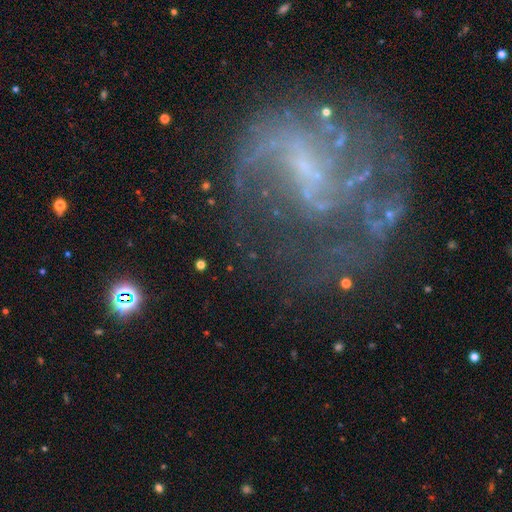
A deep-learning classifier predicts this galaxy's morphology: Smooth or featured: featured or disk — 78% (star or artifact — 13%)
Edge-on disk: no — 98% (yes — 2%)
Bar: weak — 44% (no — 40%)
Spiral arms: yes — 81% (no — 19%)
Spiral winding: loose — 41% (medium — 39%)
Spiral arm count: 2 — 34% (can't tell — 29%)
Bulge size: small — 48% (none — 38%)
Merging: none — 51% (major disturbance — 28%)